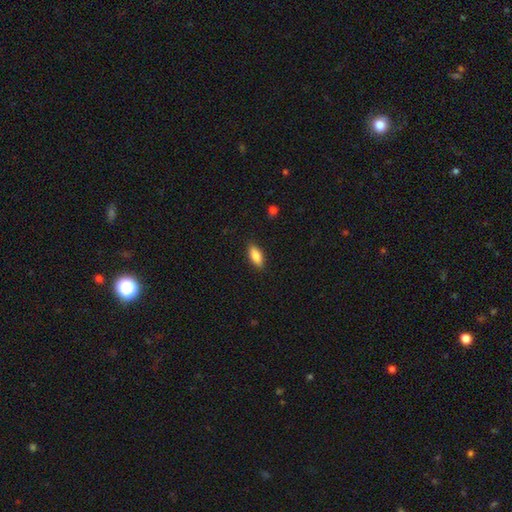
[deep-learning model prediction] Smooth or featured?
  - smooth: 85% *
  - featured or disk: 8%
  - star or artifact: 7%
How rounded?
  - in between: 82% *
  - cigar-shaped: 16%
  - round: 2%
Merging?
  - none: 88% *
  - minor disturbance: 9%
  - major disturbance: 2%
  - merger: 1%